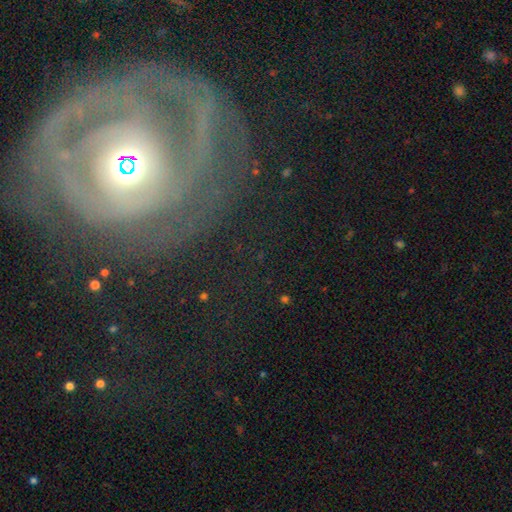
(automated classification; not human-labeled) A featured or disk galaxy (65%) with no bar (50%), spiral arms (73%) and a moderate central bulge (50%). Merging: none (67%).